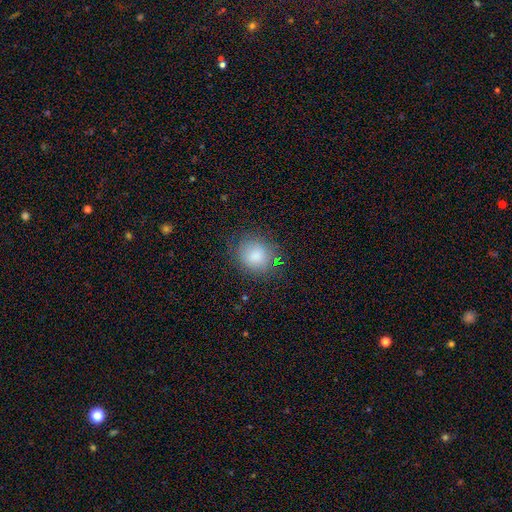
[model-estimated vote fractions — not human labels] Morphology: type=smooth (83%); roundness=round (71%); merging=none (76%).